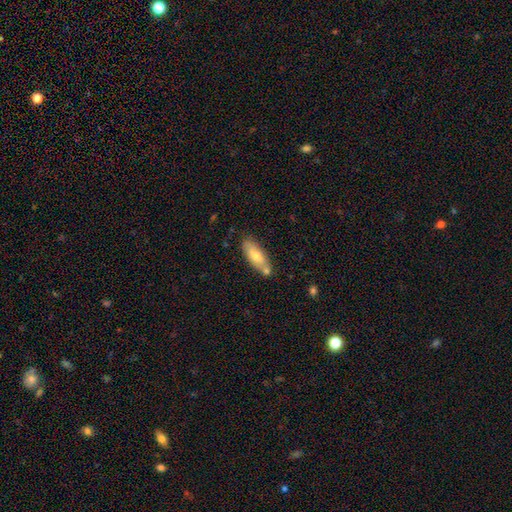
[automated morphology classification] smooth_or_featured: smooth (p=0.67) [alt: featured or disk p=0.27]
how_rounded: in between (p=0.64) [alt: cigar-shaped p=0.34]
merging: none (p=0.64) [alt: minor disturbance p=0.16]